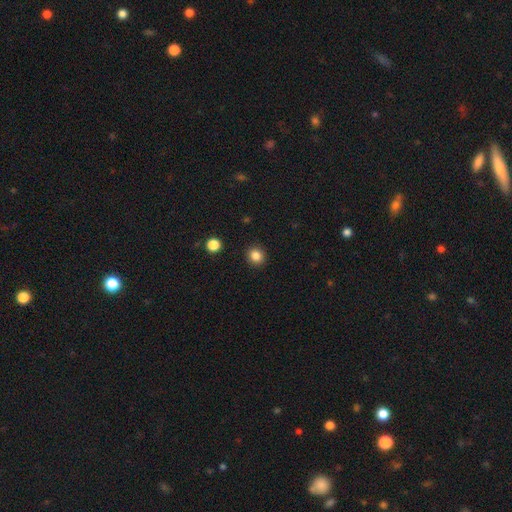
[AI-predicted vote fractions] This appears to be a smooth galaxy with no disk features (84%) that is round (89%). Merging: none (92%).